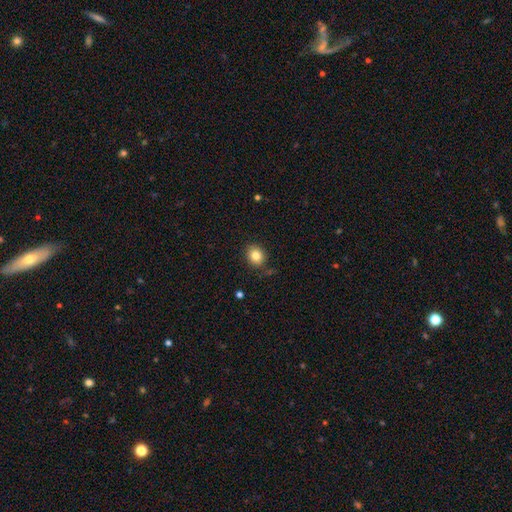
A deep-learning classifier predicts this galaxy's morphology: type=smooth (83%); roundness=round (67%); merging=none (85%).